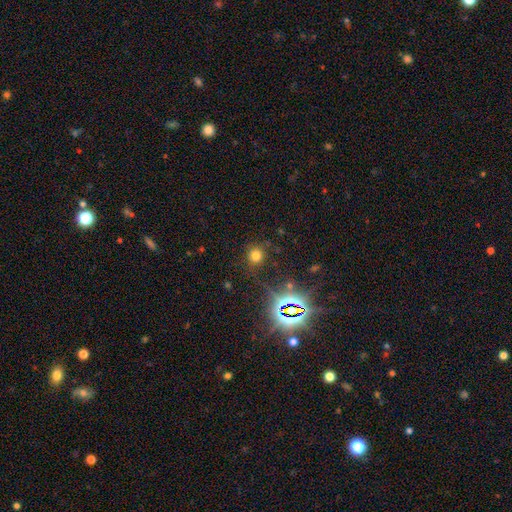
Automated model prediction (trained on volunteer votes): smooth_or_featured: smooth (p=0.67) [alt: star or artifact p=0.26]
how_rounded: round (p=0.90) [alt: in between p=0.09]
merging: none (p=0.83) [alt: minor disturbance p=0.10]